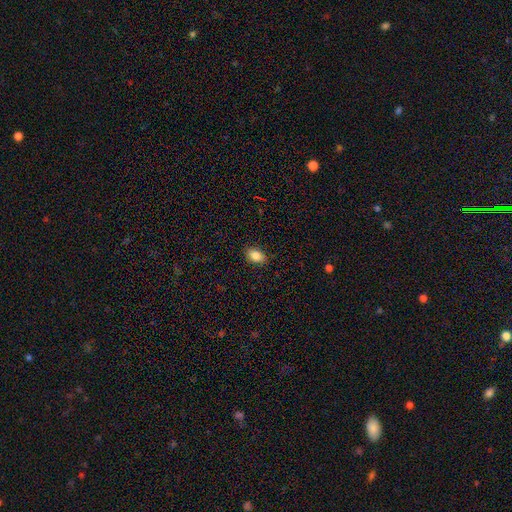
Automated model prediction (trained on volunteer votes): Q: Smooth or featured?
A: smooth (86%); runner-up: star or artifact (8%)
Q: How rounded?
A: in between (83%); runner-up: round (16%)
Q: Merging?
A: none (87%); runner-up: minor disturbance (10%)